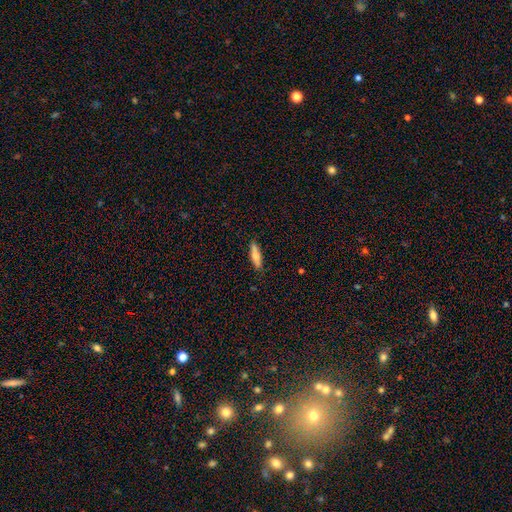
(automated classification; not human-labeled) Smooth or featured? Predicted: smooth (p=0.65). How rounded? Predicted: cigar-shaped (p=0.68). Merging? Predicted: none (p=0.85).